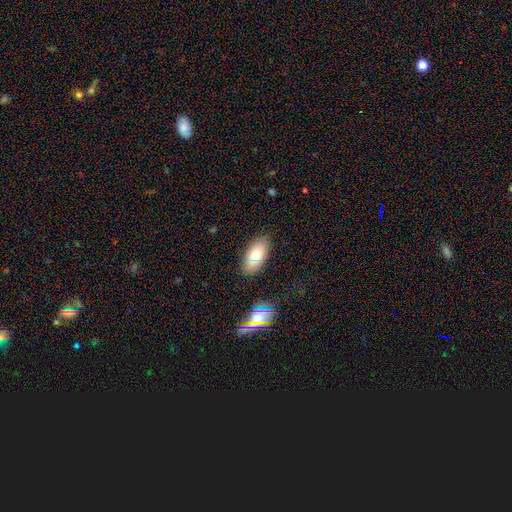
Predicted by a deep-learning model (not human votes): Smooth or featured? Predicted: smooth (p=0.71). How rounded? Predicted: in between (p=0.90). Merging? Predicted: none (p=0.84).